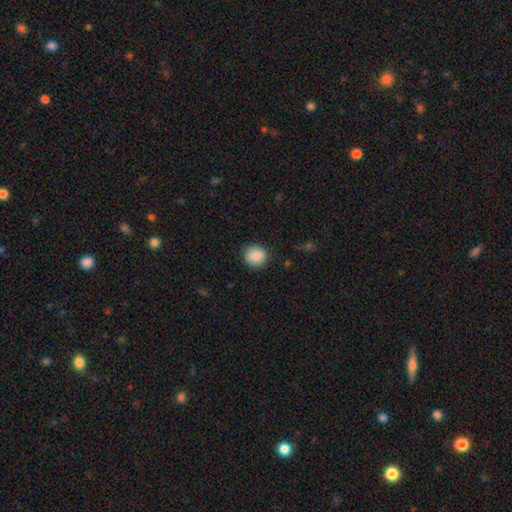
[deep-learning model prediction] This appears to be a smooth galaxy with no disk features (87%) that is round (85%). Merging: none (85%).